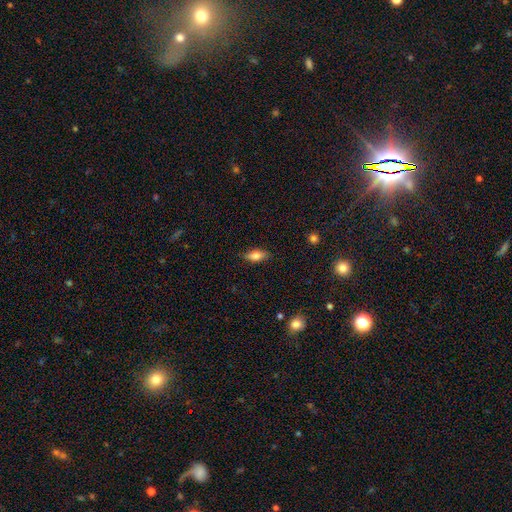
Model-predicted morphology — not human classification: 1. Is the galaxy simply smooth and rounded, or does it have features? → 75% smooth, 17% featured or disk, 8% star or artifact.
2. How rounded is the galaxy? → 81% in between, 15% cigar-shaped, 4% round.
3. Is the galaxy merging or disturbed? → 82% none, 14% minor disturbance, 3% major disturbance, 1% merger.